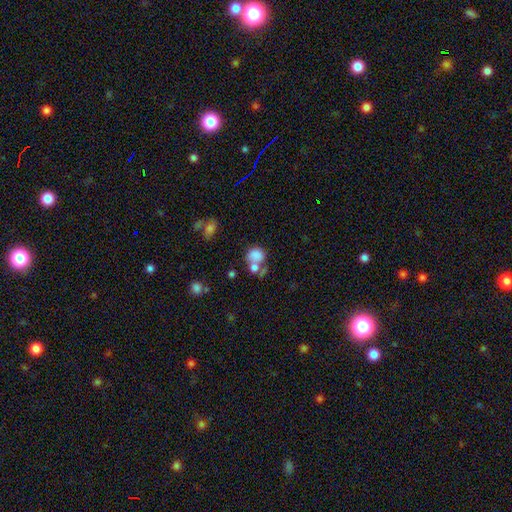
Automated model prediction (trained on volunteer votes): Smooth or featured: smooth — 78% (featured or disk — 11%)
How rounded: round — 65% (in between — 34%)
Merging: merger — 43% (none — 34%)